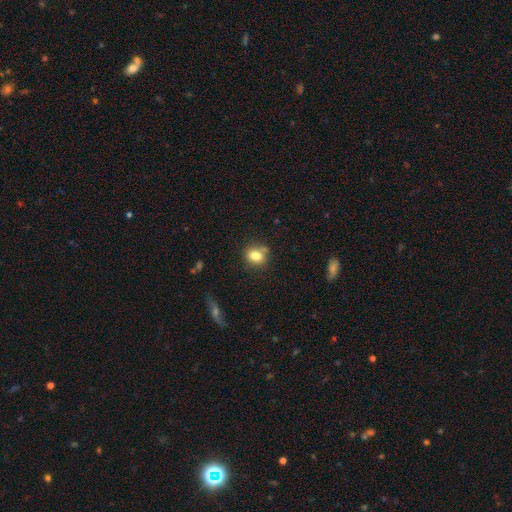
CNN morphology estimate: smooth 80%, star or artifact 11%, featured or disk 9%. Down the decision tree: how rounded — round (57%); merging — none (70%).